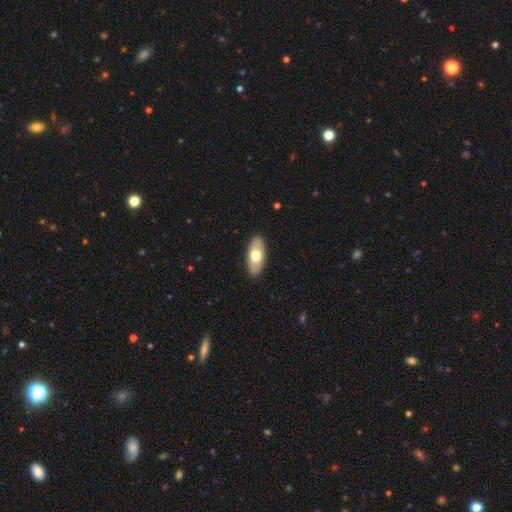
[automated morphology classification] type=smooth (61%); roundness=in between (90%); merging=none (89%).